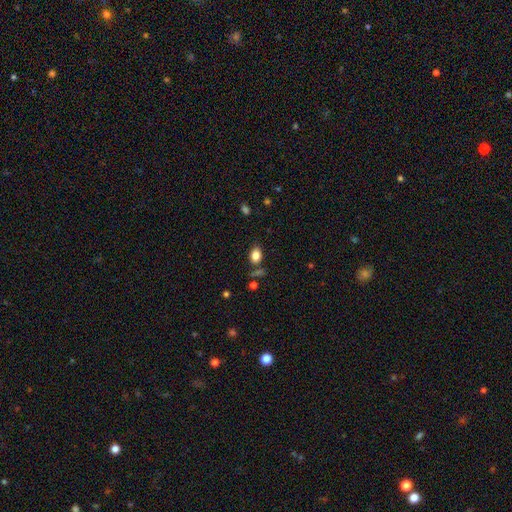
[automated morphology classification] Smooth or featured: smooth — 83% (star or artifact — 10%)
How rounded: in between — 77% (round — 21%)
Merging: none — 74% (minor disturbance — 14%)